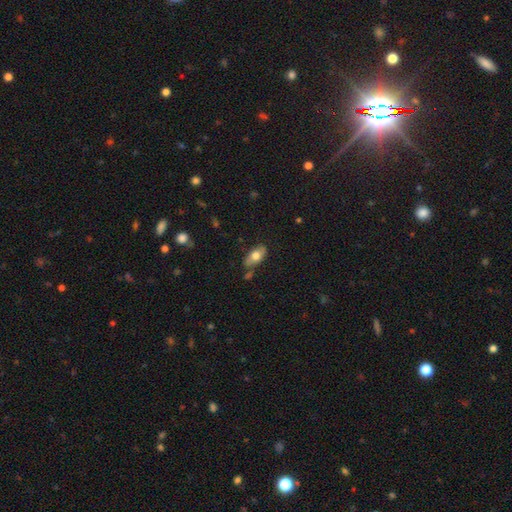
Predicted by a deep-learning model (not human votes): Smooth or featured? smooth (70%)
How rounded? in between (90%)
Merging? none (70%)